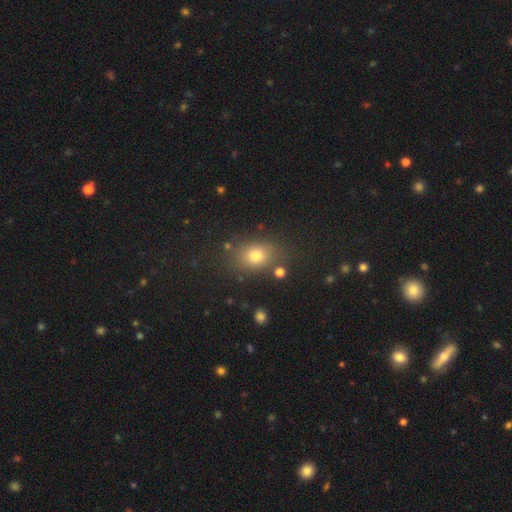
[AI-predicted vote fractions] A smooth galaxy with no disk features (75%) that is in between round and cigar-shaped (57%).

Vote fractions:
- Smooth or featured? smooth: 75% / star or artifact: 17% / featured or disk: 9%
- How rounded? in between: 57% / round: 42% / cigar-shaped: 1%
- Merging? none: 79% / minor disturbance: 11% / merger: 5% / major disturbance: 4%